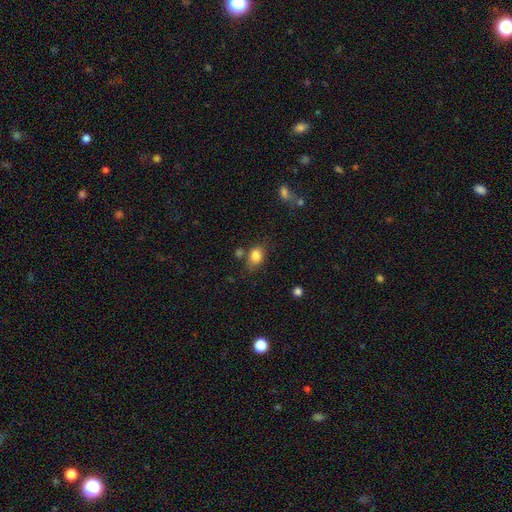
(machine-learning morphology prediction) Smooth or featured?
  - smooth: 83% *
  - star or artifact: 9%
  - featured or disk: 7%
How rounded?
  - in between: 72% *
  - round: 26%
  - cigar-shaped: 2%
Merging?
  - none: 61% *
  - minor disturbance: 21%
  - merger: 11%
  - major disturbance: 7%